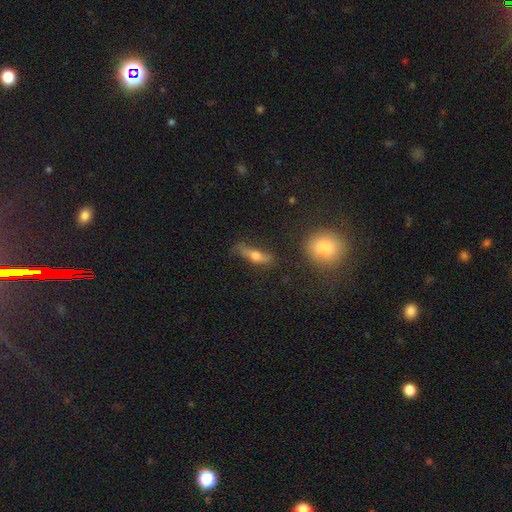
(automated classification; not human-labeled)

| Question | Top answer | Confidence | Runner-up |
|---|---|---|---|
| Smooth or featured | smooth | 48% | featured or disk (40%) |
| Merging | none | 60% | minor disturbance (24%) |